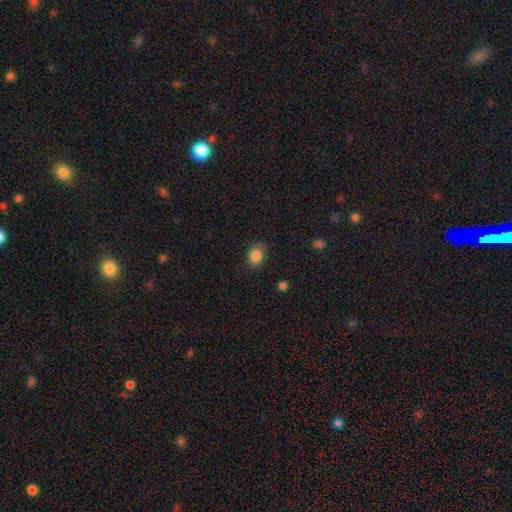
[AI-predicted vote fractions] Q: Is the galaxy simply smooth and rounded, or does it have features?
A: smooth — 86%.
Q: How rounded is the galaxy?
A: in between — 57%.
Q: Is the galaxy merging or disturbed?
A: none — 81%.